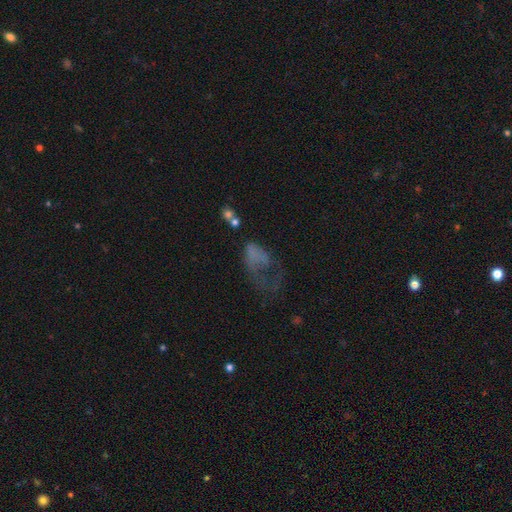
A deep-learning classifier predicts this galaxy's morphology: Smooth or featured? smooth (48%)
Merging? major disturbance (62%)